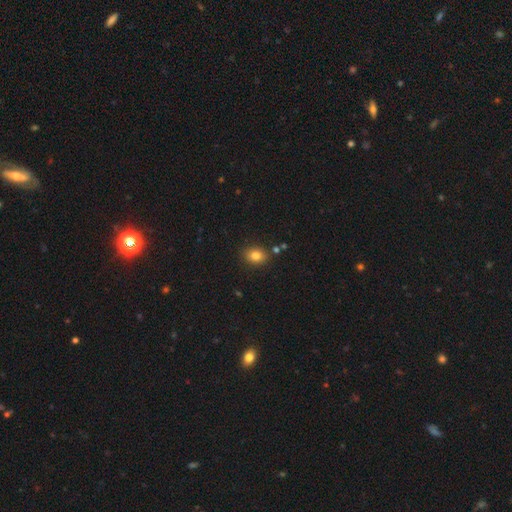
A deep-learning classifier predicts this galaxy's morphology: This appears to be a smooth galaxy with no disk features (81%) that is in between round and cigar-shaped (58%). Merging: none (85%).